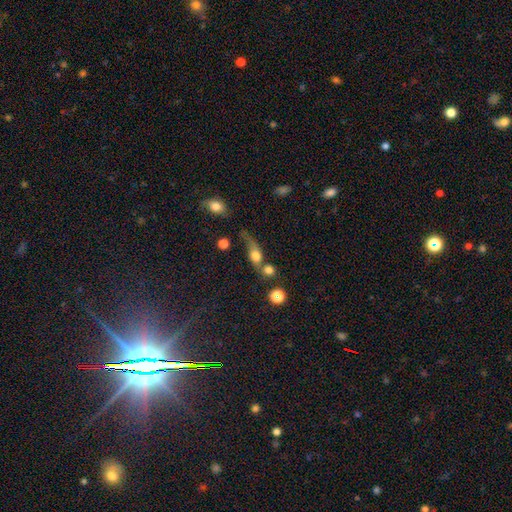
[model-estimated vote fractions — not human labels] smooth 64%, featured or disk 23%, star or artifact 13%. Down the decision tree: how rounded — in between (48%); merging — merger (44%).